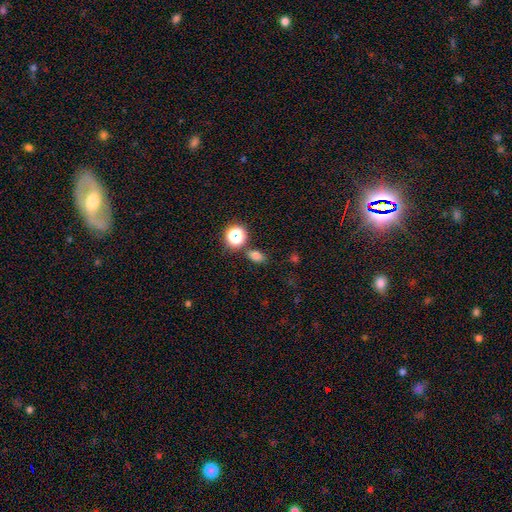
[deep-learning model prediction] A smooth galaxy with no disk features (73%) that is in between round and cigar-shaped (74%).

Vote fractions:
- Smooth or featured? smooth: 73% / star or artifact: 21% / featured or disk: 6%
- How rounded? in between: 74% / round: 24% / cigar-shaped: 2%
- Merging? none: 76% / minor disturbance: 12% / merger: 8% / major disturbance: 4%